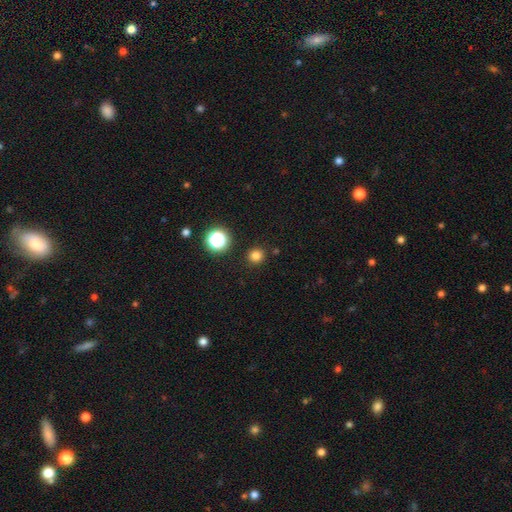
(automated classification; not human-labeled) This is likely a smooth galaxy (79%). How rounded: clearly round (93%). Merging: clearly none (90%).